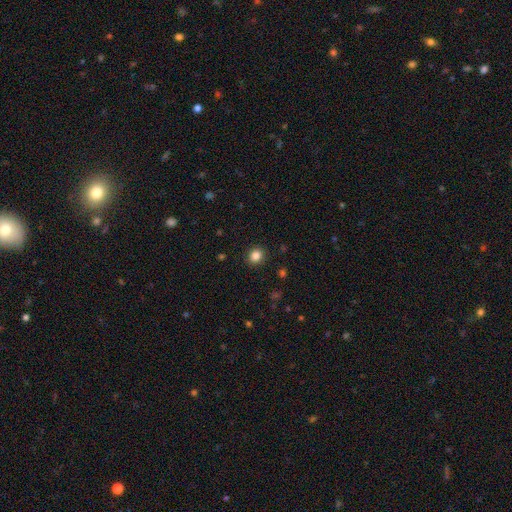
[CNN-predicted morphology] This is clearly a smooth galaxy (85%). How rounded: likely round (78%). Merging: clearly none (91%).